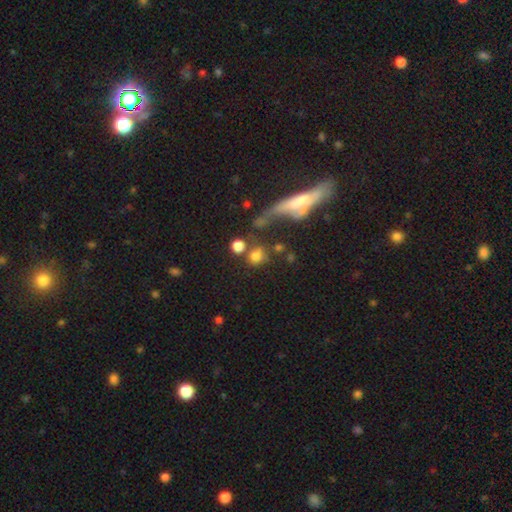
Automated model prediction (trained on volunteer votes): Smooth or featured? Predicted: smooth (p=0.74). How rounded? Predicted: round (p=0.75). Merging? Predicted: none (p=0.52).